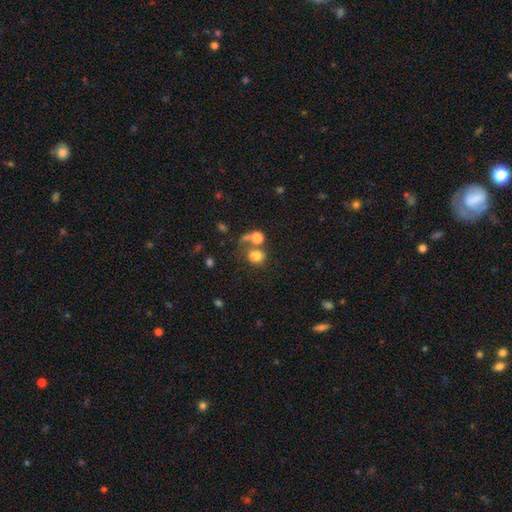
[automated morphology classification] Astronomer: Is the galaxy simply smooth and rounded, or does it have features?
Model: smooth — 77%.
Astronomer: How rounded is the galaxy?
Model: round — 62% (runner-up: in between, 37%).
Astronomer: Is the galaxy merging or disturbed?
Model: none — 42% (runner-up: merger, 34%).